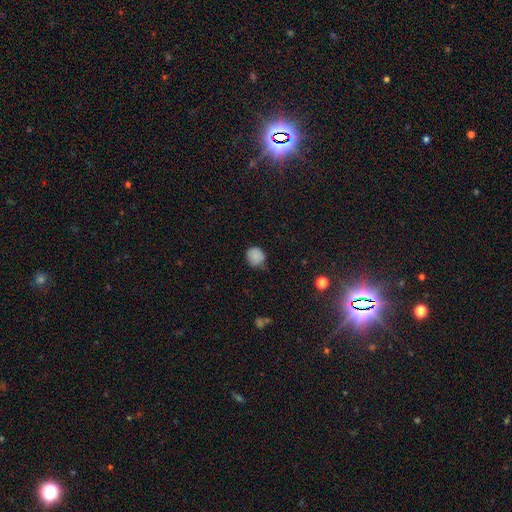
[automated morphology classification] A smooth galaxy with no disk features (83%) that is round (82%). Merging: none (61%).